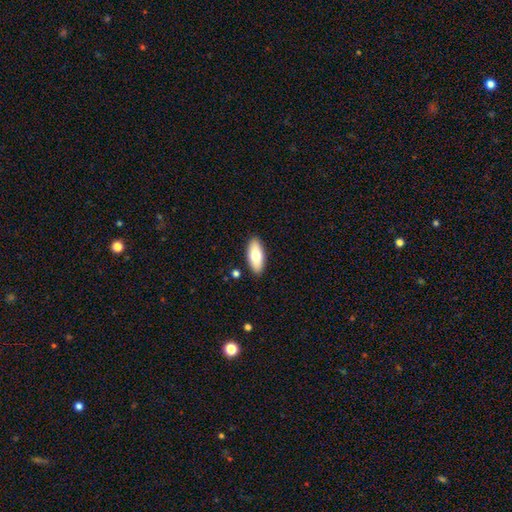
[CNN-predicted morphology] This is likely a smooth galaxy (73%). How rounded: clearly in between (82%). Merging: clearly none (89%).